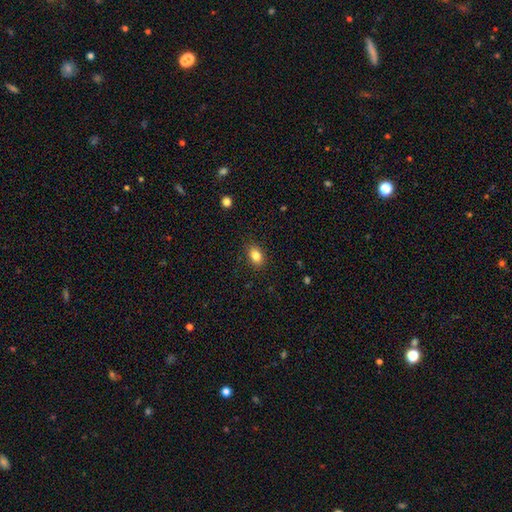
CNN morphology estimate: This appears to be a smooth galaxy with no disk features (84%) that is in between round and cigar-shaped (80%). Merging: none (86%).